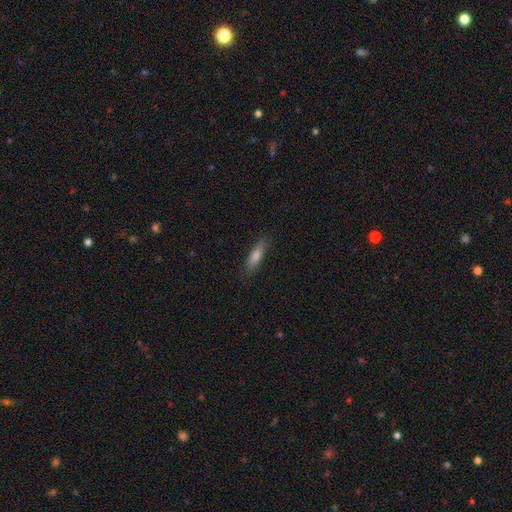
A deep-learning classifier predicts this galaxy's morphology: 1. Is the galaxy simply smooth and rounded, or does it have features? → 71% smooth, 21% featured or disk, 8% star or artifact.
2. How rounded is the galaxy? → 70% cigar-shaped, 28% in between, 2% round.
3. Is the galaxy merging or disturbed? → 85% none, 11% minor disturbance, 2% major disturbance, 1% merger.